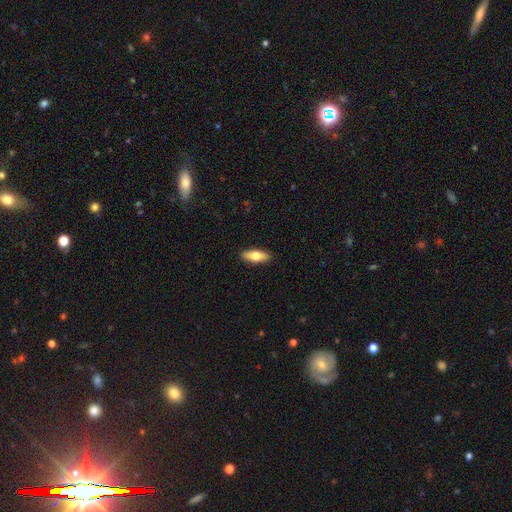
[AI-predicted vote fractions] Smooth or featured: smooth — 67% (featured or disk — 27%)
How rounded: in between — 68% (cigar-shaped — 29%)
Merging: none — 90% (minor disturbance — 7%)